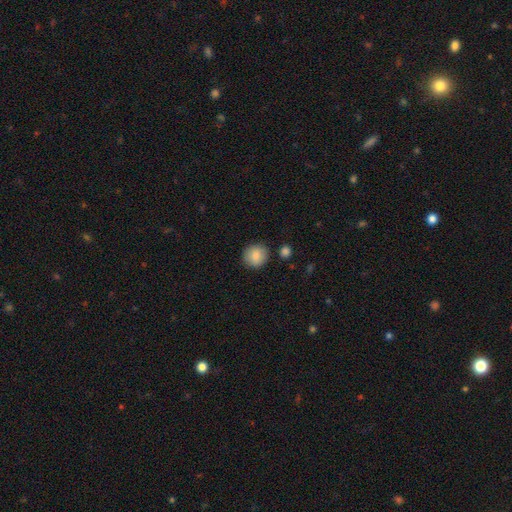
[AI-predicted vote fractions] Smooth or featured? Predicted: smooth (p=0.87). How rounded? Predicted: round (p=0.90). Merging? Predicted: none (p=0.86).